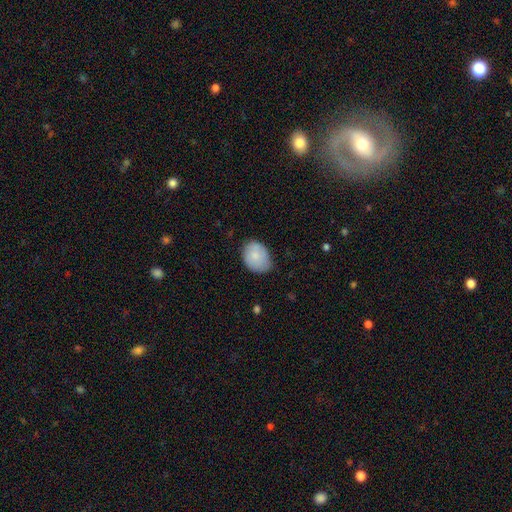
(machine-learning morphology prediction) Smooth or featured?
  - smooth: 80% *
  - featured or disk: 13%
  - star or artifact: 7%
How rounded?
  - in between: 65% *
  - round: 34%
  - cigar-shaped: 1%
Merging?
  - none: 65% *
  - minor disturbance: 29%
  - major disturbance: 5%
  - merger: 2%